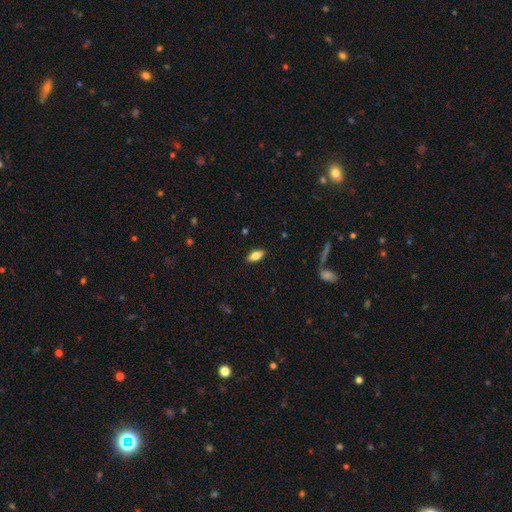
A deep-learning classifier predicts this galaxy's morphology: smooth_or_featured: smooth (p=0.77) [alt: featured or disk p=0.16]
how_rounded: in between (p=0.82) [alt: cigar-shaped p=0.16]
merging: none (p=0.88) [alt: minor disturbance p=0.09]